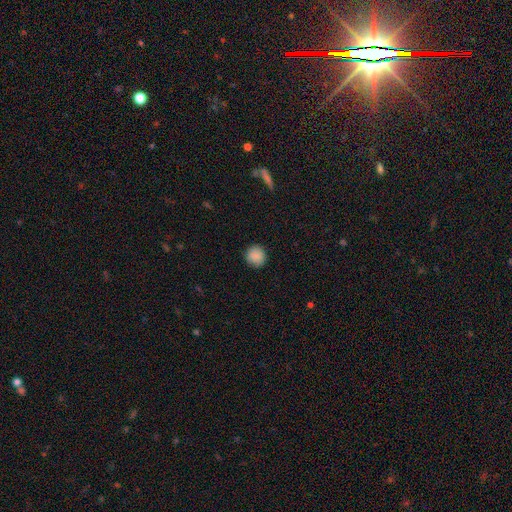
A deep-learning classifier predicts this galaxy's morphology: type=smooth (88%); roundness=round (93%); merging=none (90%).